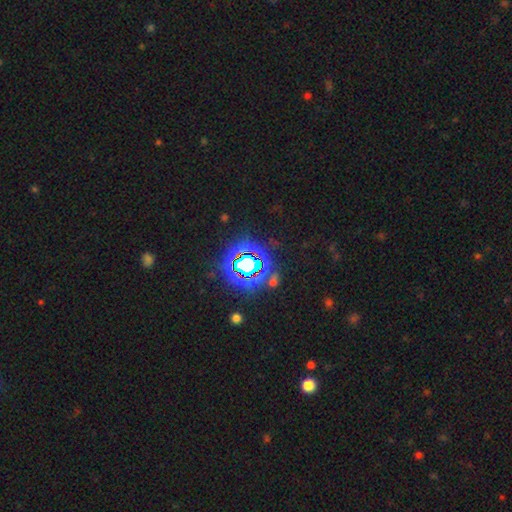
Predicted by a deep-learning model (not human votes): This is clearly a star or artifact rather than a galaxy (83%).